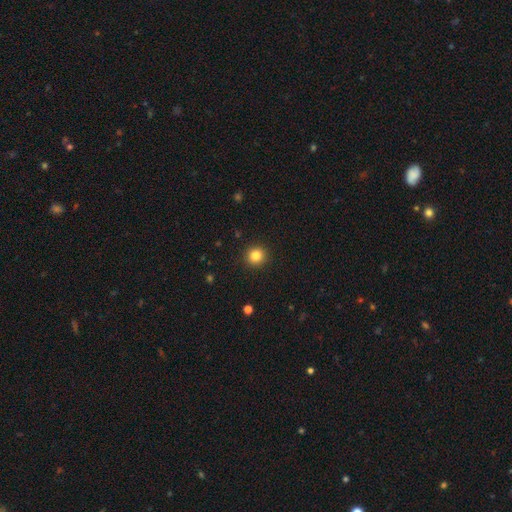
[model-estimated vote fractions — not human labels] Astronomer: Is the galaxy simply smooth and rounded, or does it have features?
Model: smooth — 84%.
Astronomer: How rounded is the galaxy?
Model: round — 93%.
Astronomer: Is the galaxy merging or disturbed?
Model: none — 93%.